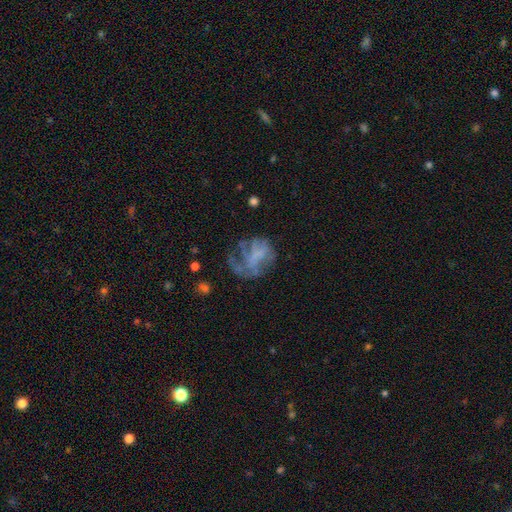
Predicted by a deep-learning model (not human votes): Smooth or featured? featured or disk (56%)
Edge-on disk? no (98%)
Bar? no (80%)
Spiral arms? no (70%)
Bulge size? none (76%)
Merging? major disturbance (39%)